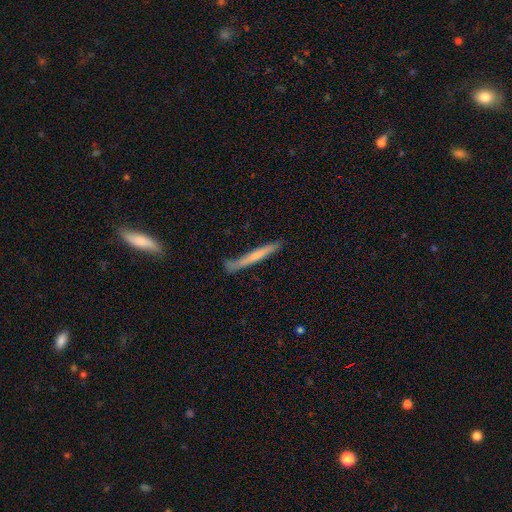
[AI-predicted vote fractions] This appears to be a smooth galaxy with no disk features (56%) that is cigar-shaped (96%). Merging: none (74%).